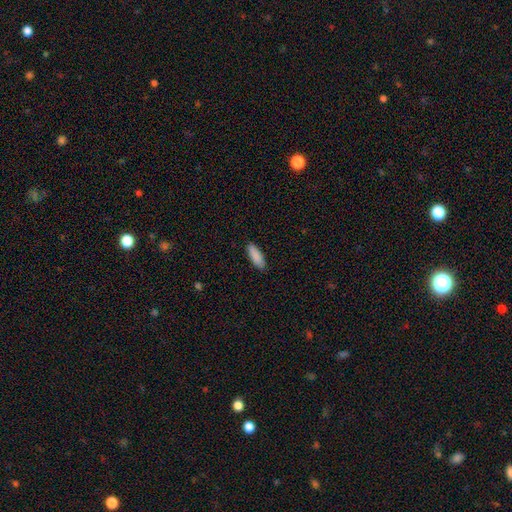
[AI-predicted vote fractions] This is clearly a smooth galaxy (89%). How rounded: likely in between (61%). Merging: clearly none (88%).